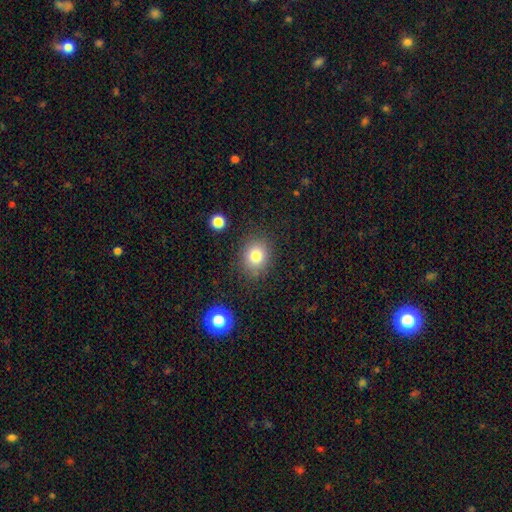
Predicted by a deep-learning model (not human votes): Smooth or featured?
  - smooth: 80% *
  - star or artifact: 12%
  - featured or disk: 9%
How rounded?
  - round: 68% *
  - in between: 31%
  - cigar-shaped: 1%
Merging?
  - none: 84% *
  - minor disturbance: 10%
  - major disturbance: 3%
  - merger: 2%